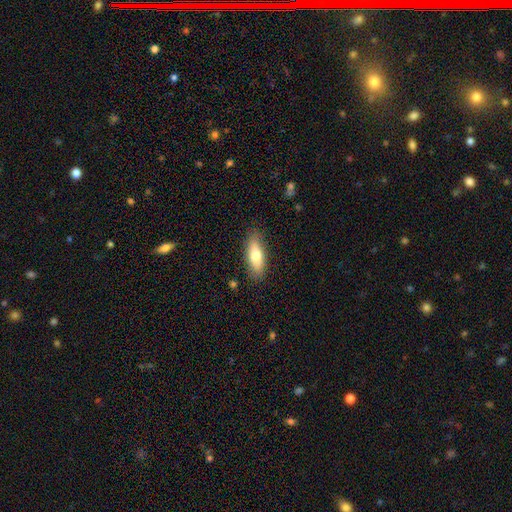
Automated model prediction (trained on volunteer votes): Q: Smooth or featured?
A: smooth (71%); runner-up: featured or disk (22%)
Q: How rounded?
A: in between (66%); runner-up: cigar-shaped (31%)
Q: Merging?
A: none (86%); runner-up: minor disturbance (10%)